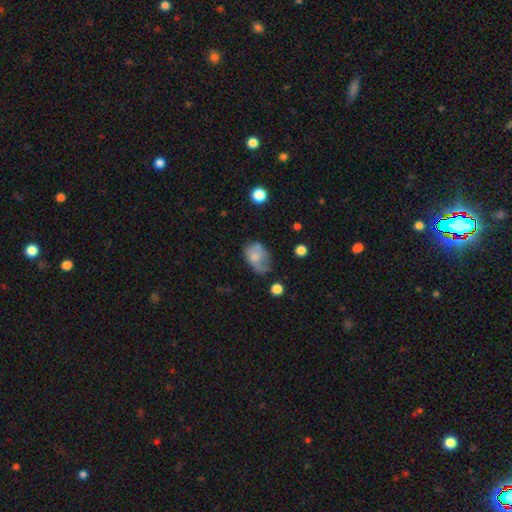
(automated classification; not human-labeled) smooth-or-featured: smooth: 69% | featured or disk: 22% | star or artifact: 9%
  how-rounded: in between: 81% | round: 17% | cigar-shaped: 1%
  merging: minor disturbance: 36% | none: 34% | major disturbance: 23% | merger: 6%